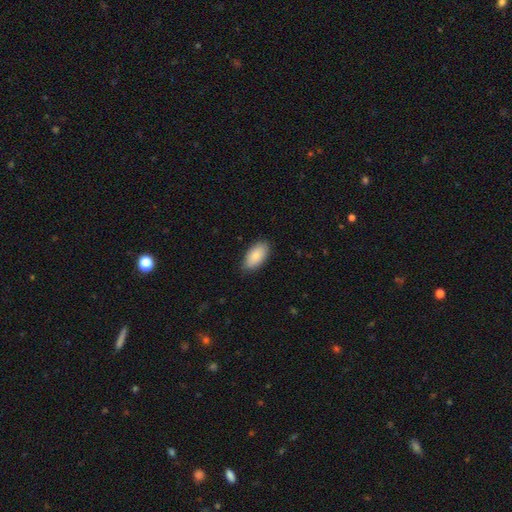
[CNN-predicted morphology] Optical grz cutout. It shows a smooth galaxy with no disk features (86%) that is in between round and cigar-shaped (95%). Merging: none (84%).